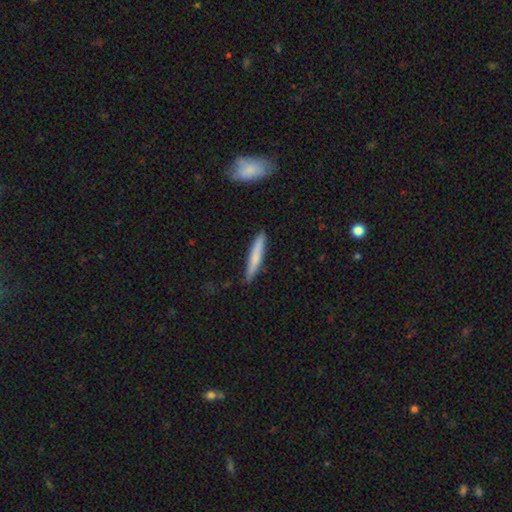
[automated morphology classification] type=smooth (73%); roundness=cigar-shaped (94%); merging=none (87%).